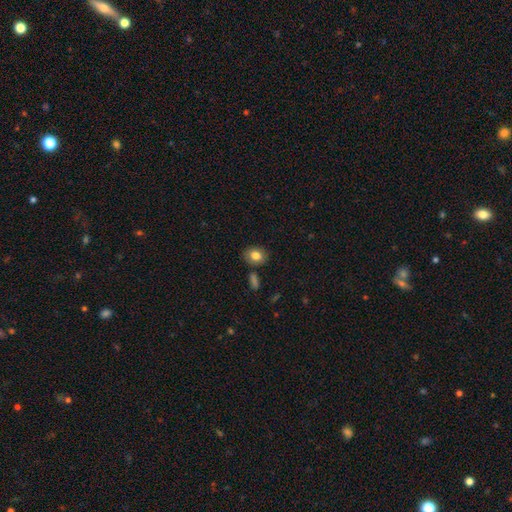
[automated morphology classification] smooth-or-featured: smooth: 80% | featured or disk: 12% | star or artifact: 8%
  how-rounded: in between: 62% | round: 37% | cigar-shaped: 1%
  merging: none: 81% | minor disturbance: 12% | merger: 5% | major disturbance: 3%